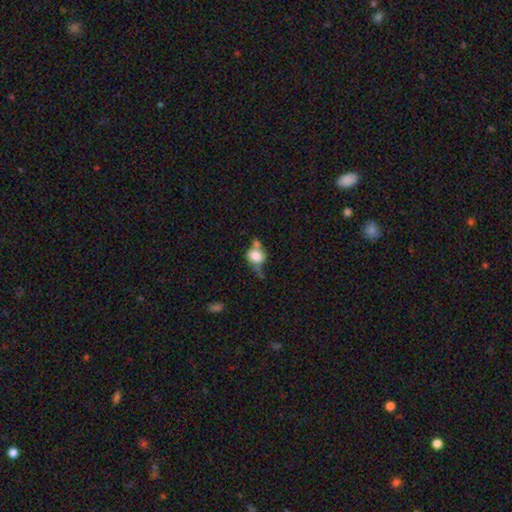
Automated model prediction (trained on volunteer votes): smooth-or-featured: smooth: 77% | featured or disk: 14% | star or artifact: 9%
  how-rounded: round: 55% | in between: 43% | cigar-shaped: 2%
  merging: merger: 38% | none: 31% | minor disturbance: 19% | major disturbance: 12%